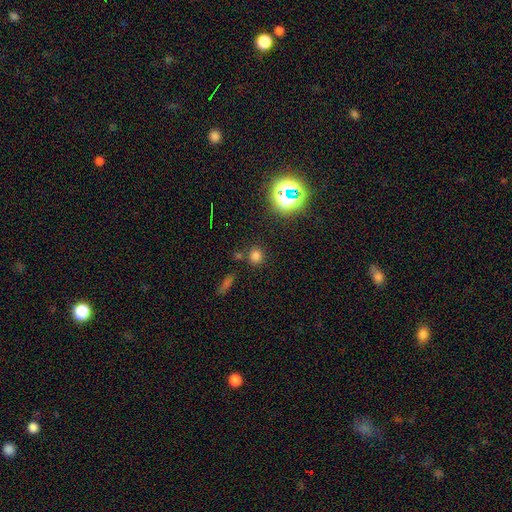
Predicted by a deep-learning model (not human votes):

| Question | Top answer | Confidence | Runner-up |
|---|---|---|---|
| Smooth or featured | smooth | 71% | star or artifact (23%) |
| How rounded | round | 88% | in between (11%) |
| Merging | none | 82% | minor disturbance (8%) |